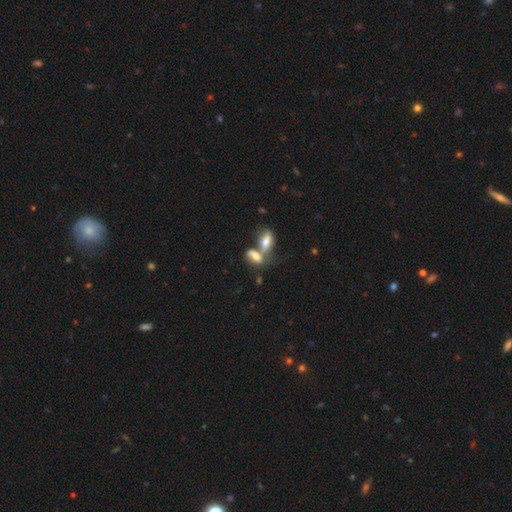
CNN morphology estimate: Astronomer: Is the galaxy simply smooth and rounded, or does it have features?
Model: smooth — 64%.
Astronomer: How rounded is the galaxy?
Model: in between — 79%.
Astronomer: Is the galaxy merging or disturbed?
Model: merger — 64%.